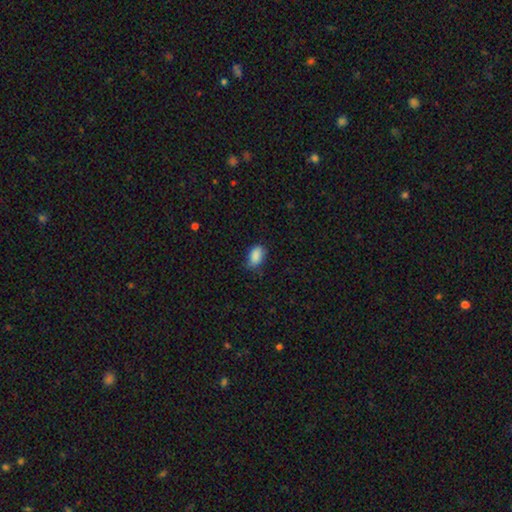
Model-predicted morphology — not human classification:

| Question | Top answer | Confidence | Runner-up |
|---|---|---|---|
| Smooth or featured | smooth | 89% | star or artifact (8%) |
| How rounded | in between | 90% | round (8%) |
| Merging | none | 74% | minor disturbance (21%) |